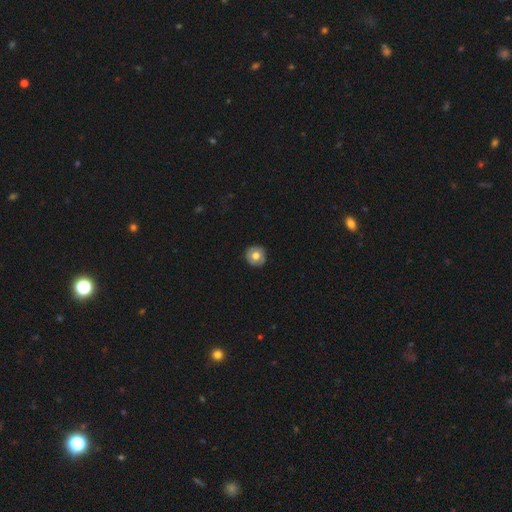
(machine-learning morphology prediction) smooth 66%, featured or disk 26%, star or artifact 8%. Down the decision tree: how rounded — round (93%); merging — none (90%).